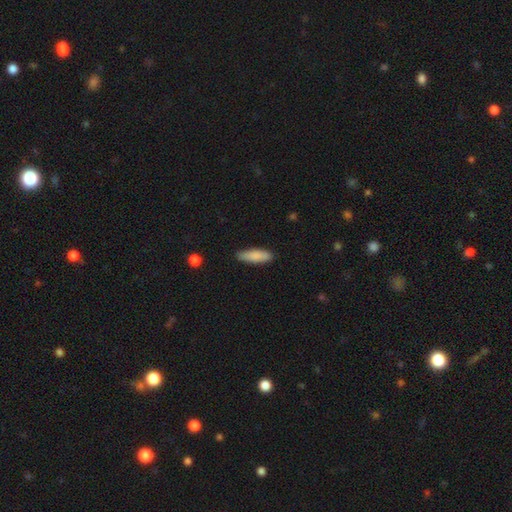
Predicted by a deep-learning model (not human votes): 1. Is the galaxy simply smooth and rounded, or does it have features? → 85% smooth, 9% featured or disk, 6% star or artifact.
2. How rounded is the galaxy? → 56% cigar-shaped, 42% in between, 2% round.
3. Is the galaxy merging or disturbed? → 85% none, 12% minor disturbance, 2% major disturbance, 1% merger.